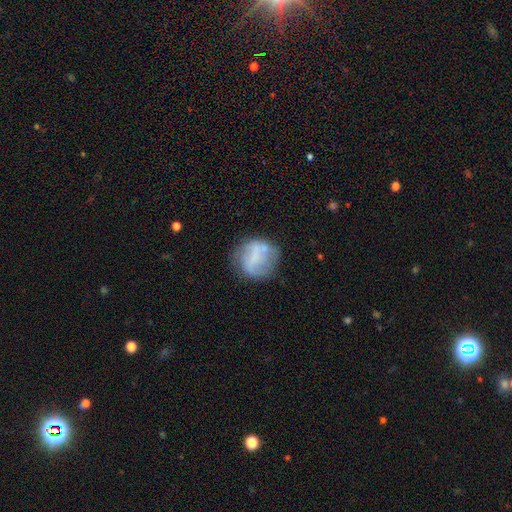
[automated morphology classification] Smooth or featured: smooth — 48% (featured or disk — 44%)
Merging: none — 57% (minor disturbance — 24%)